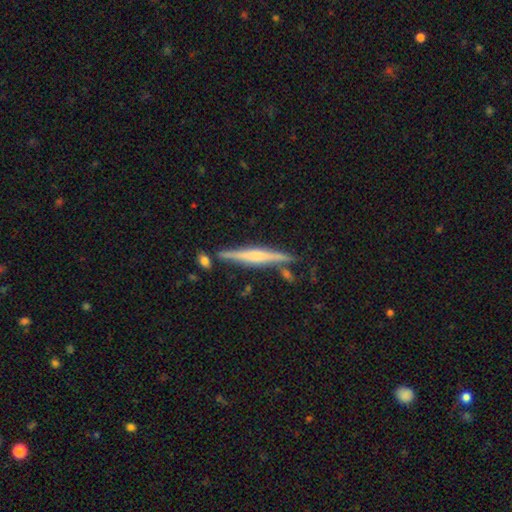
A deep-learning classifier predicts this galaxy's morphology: Q: Smooth or featured?
A: featured or disk (69%); runner-up: smooth (25%)
Q: Edge-on disk?
A: yes (98%); runner-up: no (2%)
Q: Edge-on bulge?
A: rounded (62%); runner-up: boxy (22%)
Q: Merging?
A: none (80%); runner-up: minor disturbance (12%)